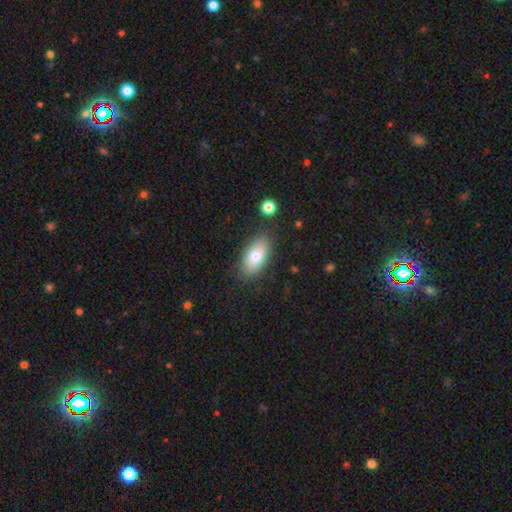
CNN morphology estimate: A smooth galaxy with no disk features (74%) that is in between round and cigar-shaped (89%). Merging: none (86%).